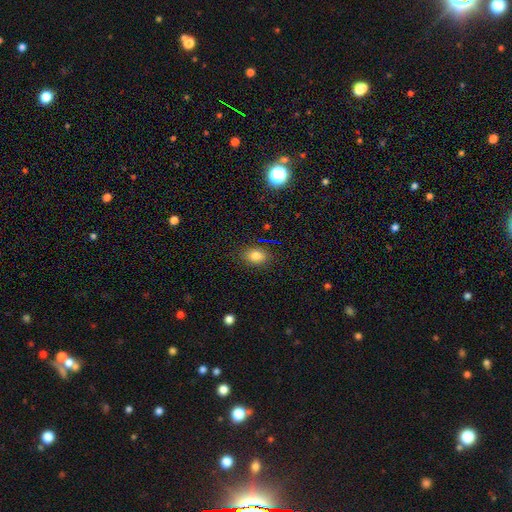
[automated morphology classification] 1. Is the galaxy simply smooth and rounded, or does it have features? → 79% smooth, 13% star or artifact, 8% featured or disk.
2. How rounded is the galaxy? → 70% in between, 28% round, 2% cigar-shaped.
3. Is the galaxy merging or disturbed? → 84% none, 11% minor disturbance, 3% major disturbance, 2% merger.